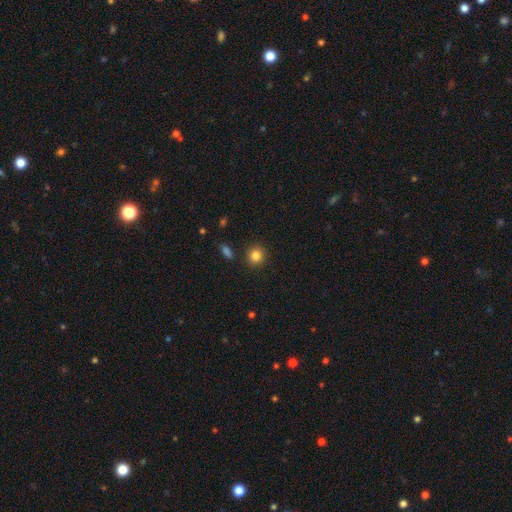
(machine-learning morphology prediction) This is clearly a smooth galaxy (84%). How rounded: clearly round (91%). Merging: clearly none (89%).